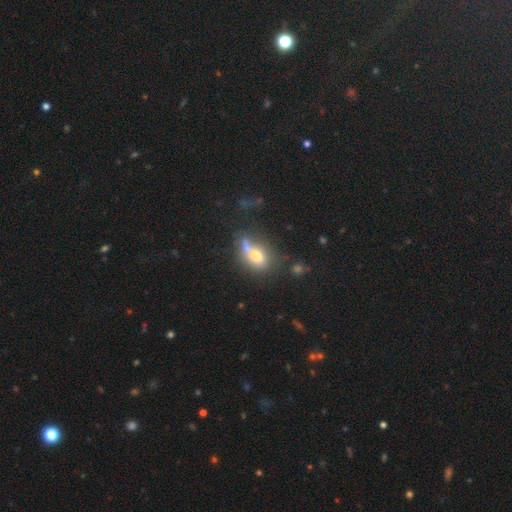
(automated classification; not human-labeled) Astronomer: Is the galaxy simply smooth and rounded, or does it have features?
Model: smooth — 68%.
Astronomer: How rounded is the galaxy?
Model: in between — 62%.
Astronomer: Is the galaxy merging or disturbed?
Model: none — 40% (runner-up: merger, 31%).